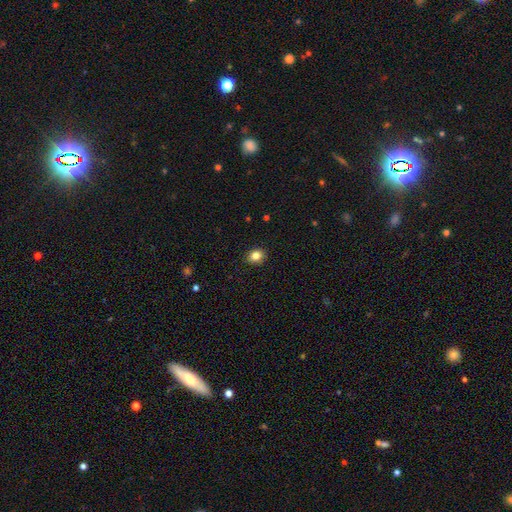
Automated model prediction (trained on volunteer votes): Morphology: type=smooth (84%); roundness=round (54%); merging=none (89%).